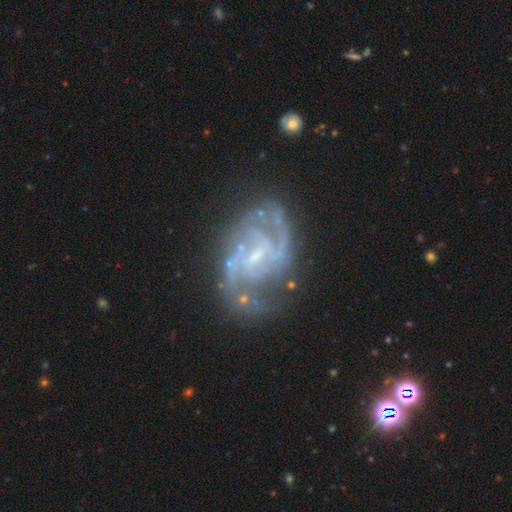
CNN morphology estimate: Q: Smooth or featured?
A: featured or disk (90%); runner-up: star or artifact (6%)
Q: Edge-on disk?
A: no (98%); runner-up: yes (2%)
Q: Bar?
A: weak (56%); runner-up: no (27%)
Q: Spiral arms?
A: yes (97%); runner-up: no (3%)
Q: Spiral winding?
A: medium (53%); runner-up: tight (33%)
Q: Spiral arm count?
A: 2 (61%); runner-up: 3 (15%)
Q: Bulge size?
A: small (69%); runner-up: moderate (20%)
Q: Merging?
A: none (67%); runner-up: minor disturbance (19%)